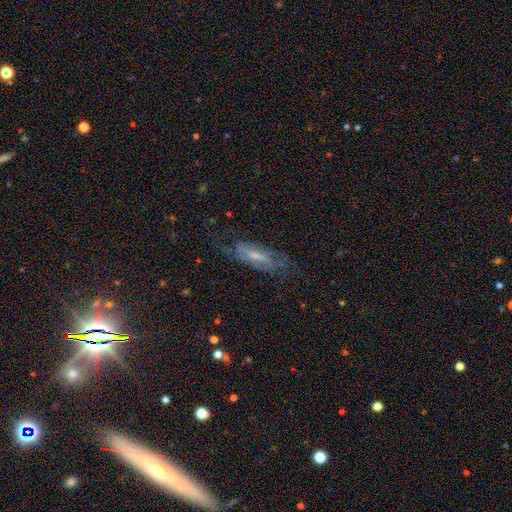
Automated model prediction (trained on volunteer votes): Smooth or featured? Predicted: featured or disk (p=0.68). Edge-on disk? Predicted: no (p=0.76). Bar? Predicted: weak (p=0.46). Spiral arms? Predicted: yes (p=0.85). Bulge size? Predicted: small (p=0.40). Merging? Predicted: none (p=0.65).